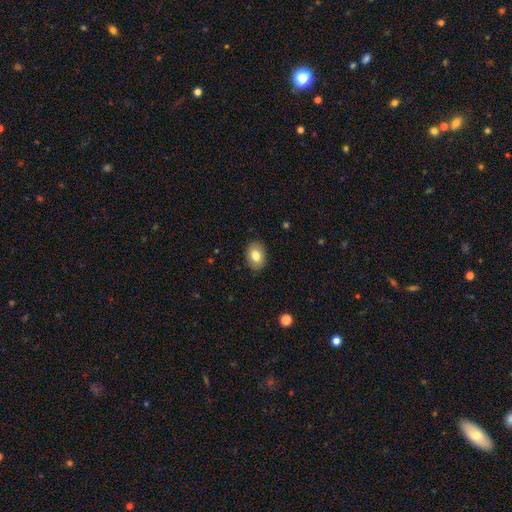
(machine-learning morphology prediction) Smooth or featured? smooth (81%)
How rounded? in between (74%)
Merging? none (87%)